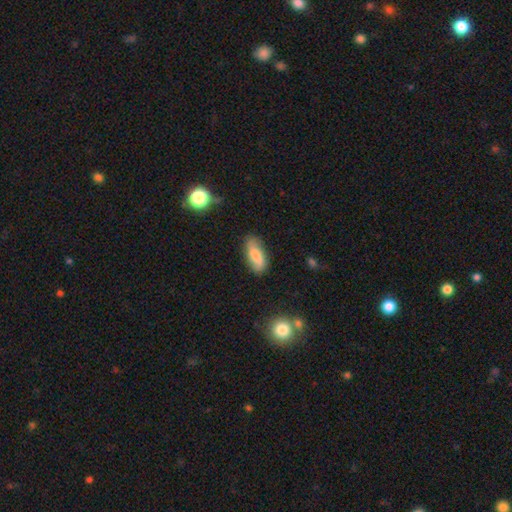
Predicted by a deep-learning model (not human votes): Smooth or featured? Predicted: smooth (p=0.73). How rounded? Predicted: in between (p=0.78). Merging? Predicted: none (p=0.77).